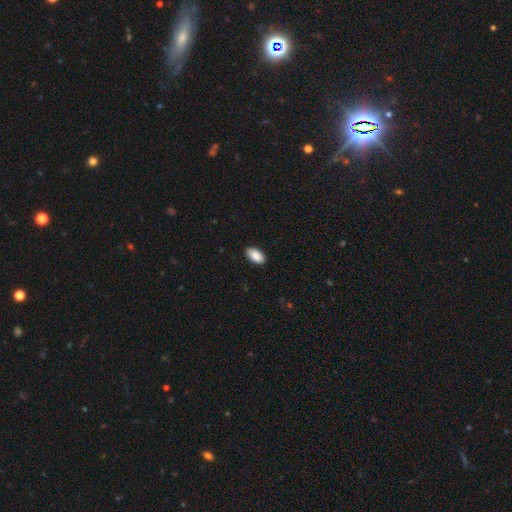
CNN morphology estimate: Q: Smooth or featured?
A: smooth (90%); runner-up: star or artifact (6%)
Q: How rounded?
A: in between (95%); runner-up: round (3%)
Q: Merging?
A: none (90%); runner-up: minor disturbance (8%)